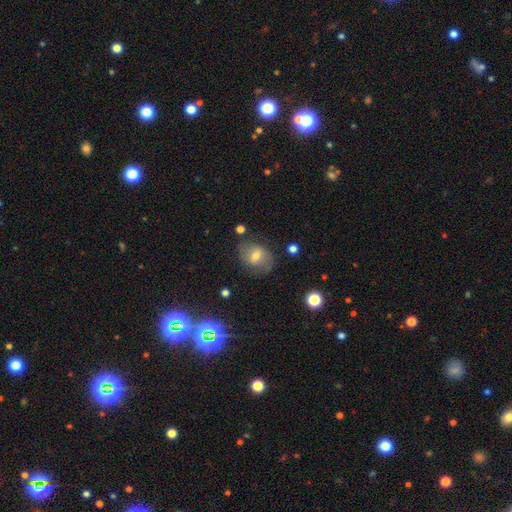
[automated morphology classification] smooth 52%, featured or disk 36%, star or artifact 12%. Down the decision tree: how rounded — in between (60%); merging — none (69%).